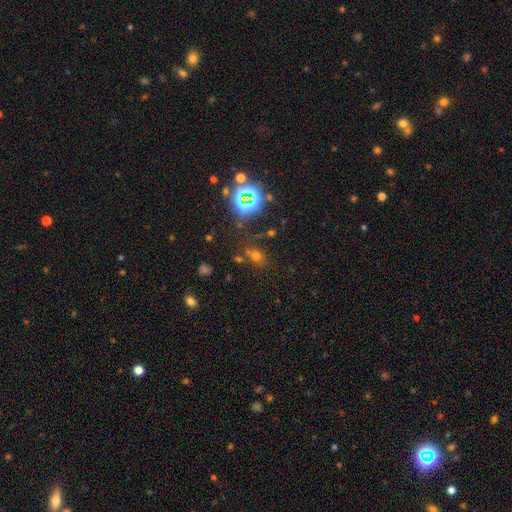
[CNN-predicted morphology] type=smooth (48%); merging=none (69%).